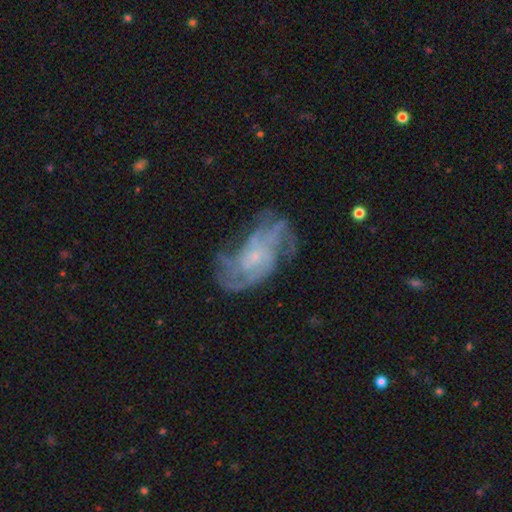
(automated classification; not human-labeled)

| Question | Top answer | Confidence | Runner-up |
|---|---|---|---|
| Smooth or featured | featured or disk | 82% | smooth (10%) |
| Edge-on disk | no | 97% | yes (3%) |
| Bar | no | 71% | weak (25%) |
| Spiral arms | yes | 91% | no (9%) |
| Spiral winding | medium | 43% | tight (35%) |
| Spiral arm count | can't tell | 29% | 3 (21%) |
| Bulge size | small | 73% | moderate (14%) |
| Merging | none | 54% | minor disturbance (22%) |